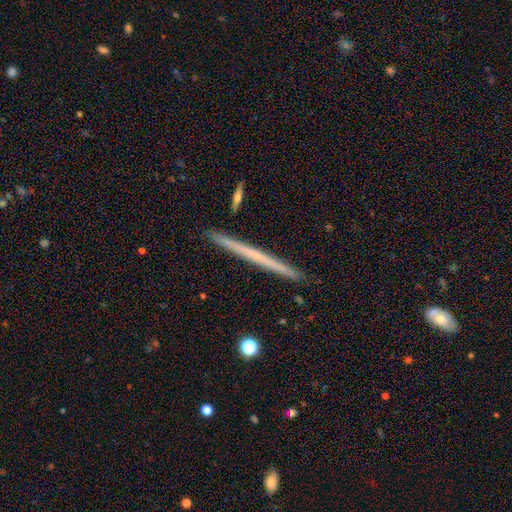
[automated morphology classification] A featured or disk galaxy (50%) viewed edge-on (98%).

Vote fractions:
- Smooth or featured? featured or disk: 50% / smooth: 43% / star or artifact: 6%
- Edge-on disk? yes: 98% / no: 2%
- Merging? none: 92% / minor disturbance: 5% / merger: 1% / major disturbance: 1%